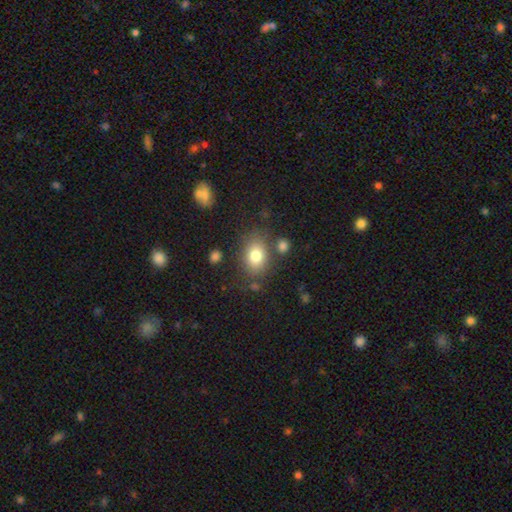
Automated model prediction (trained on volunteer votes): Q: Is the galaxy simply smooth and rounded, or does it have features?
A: smooth — 79%.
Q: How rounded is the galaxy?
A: in between — 73%.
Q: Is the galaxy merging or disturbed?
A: none — 74%.